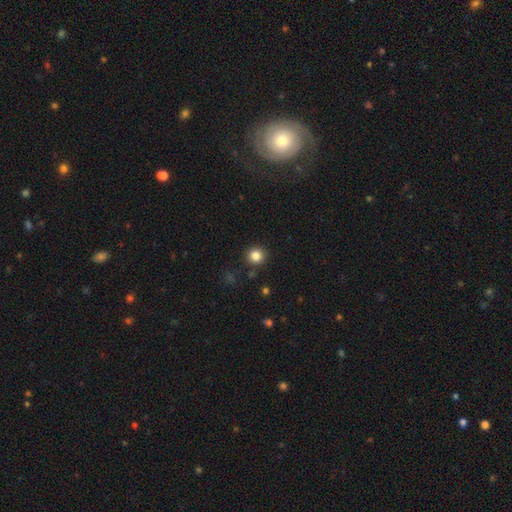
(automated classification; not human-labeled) A smooth galaxy with no disk features (84%) that is round (92%).

Vote fractions:
- Smooth or featured? smooth: 84% / star or artifact: 12% / featured or disk: 4%
- How rounded? round: 92% / in between: 7% / cigar-shaped: 1%
- Merging? none: 89% / minor disturbance: 7% / major disturbance: 2% / merger: 2%